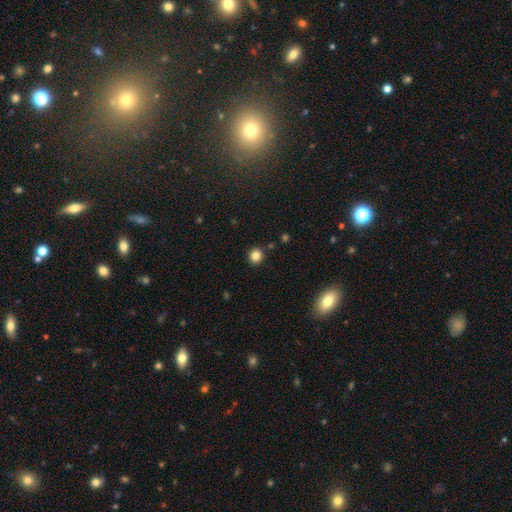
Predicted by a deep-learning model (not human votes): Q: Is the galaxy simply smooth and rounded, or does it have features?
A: smooth — 84%.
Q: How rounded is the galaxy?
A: round — 90%.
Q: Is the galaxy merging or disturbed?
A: none — 90%.